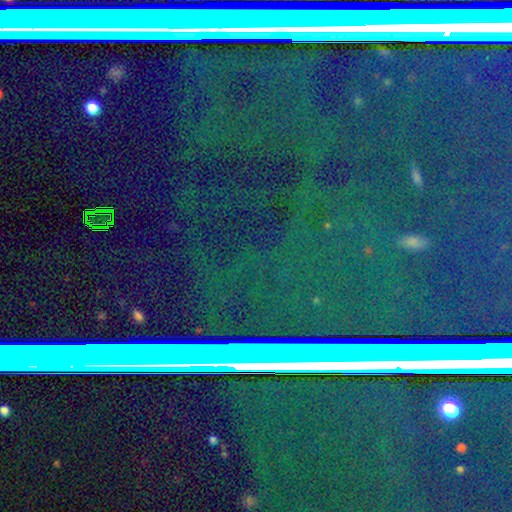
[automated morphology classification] Smooth or featured? Predicted: star or artifact (p=0.80).